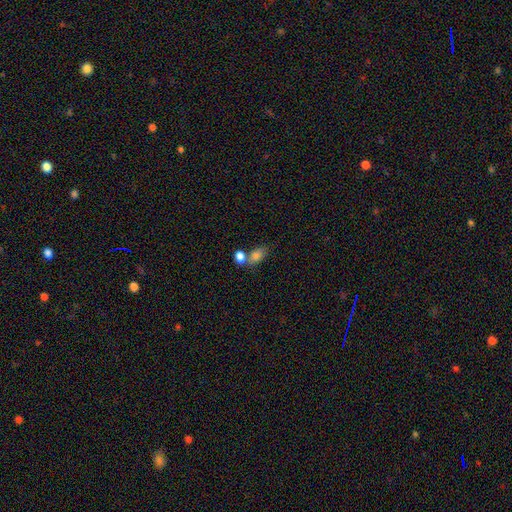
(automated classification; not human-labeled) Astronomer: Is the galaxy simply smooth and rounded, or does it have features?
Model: smooth — 81%.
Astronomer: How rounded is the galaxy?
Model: in between — 83%.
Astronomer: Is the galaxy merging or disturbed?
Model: merger — 42% (runner-up: none, 41%).